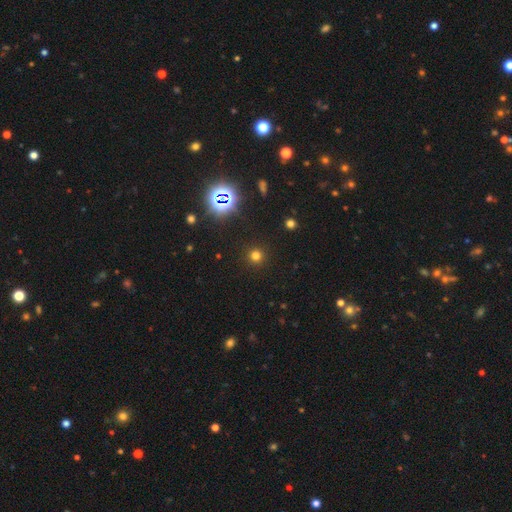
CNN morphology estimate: type=smooth (71%); roundness=round (95%); merging=none (91%).